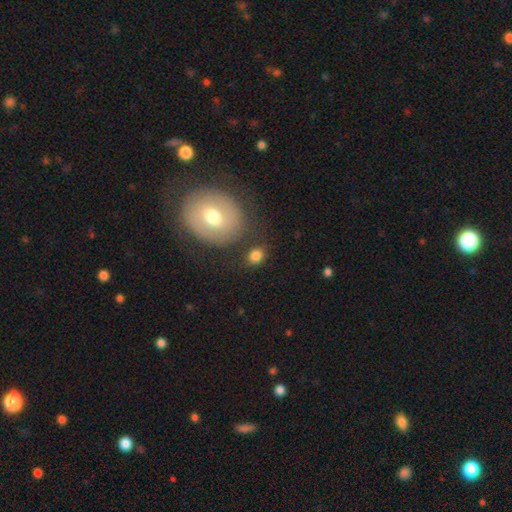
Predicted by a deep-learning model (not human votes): smooth-or-featured: smooth: 81% | star or artifact: 10% | featured or disk: 8%
  how-rounded: in between: 52% | round: 46% | cigar-shaped: 2%
  merging: none: 74% | minor disturbance: 13% | merger: 8% | major disturbance: 5%